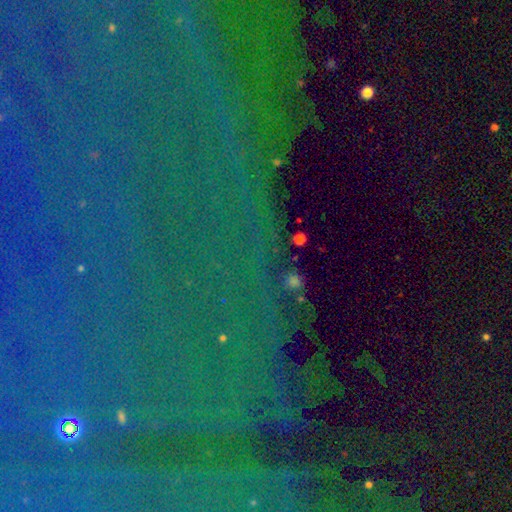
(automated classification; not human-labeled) This appears to be a star or artifact, not a galaxy (84%).